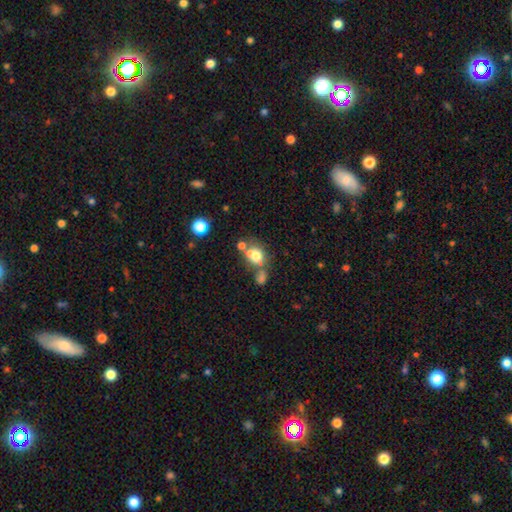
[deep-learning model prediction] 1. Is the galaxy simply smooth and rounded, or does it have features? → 66% smooth, 21% featured or disk, 13% star or artifact.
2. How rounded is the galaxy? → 54% round, 45% in between, 1% cigar-shaped.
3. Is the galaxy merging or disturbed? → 46% merger, 33% none, 12% minor disturbance, 9% major disturbance.